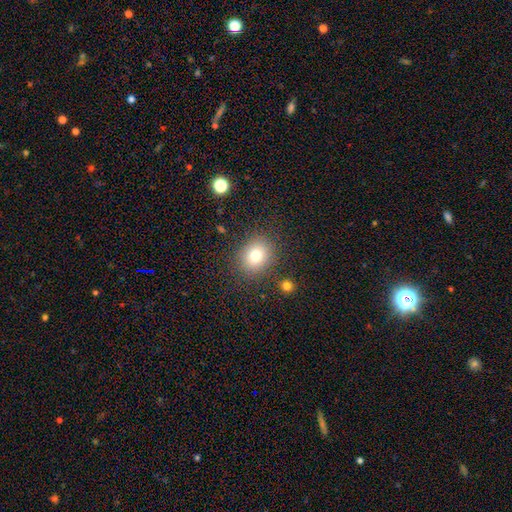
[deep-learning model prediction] A smooth galaxy with no disk features (77%) that is round (66%).

Vote fractions:
- Smooth or featured? smooth: 77% / star or artifact: 13% / featured or disk: 10%
- How rounded? round: 66% / in between: 33% / cigar-shaped: 1%
- Merging? none: 85% / minor disturbance: 9% / major disturbance: 4% / merger: 3%